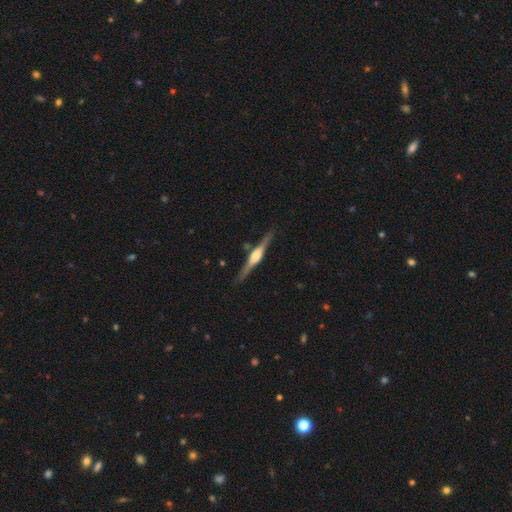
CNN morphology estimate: type=featured or disk (81%); edge-on=yes (98%); edge-on bulge=rounded (84%); merging=none (87%).